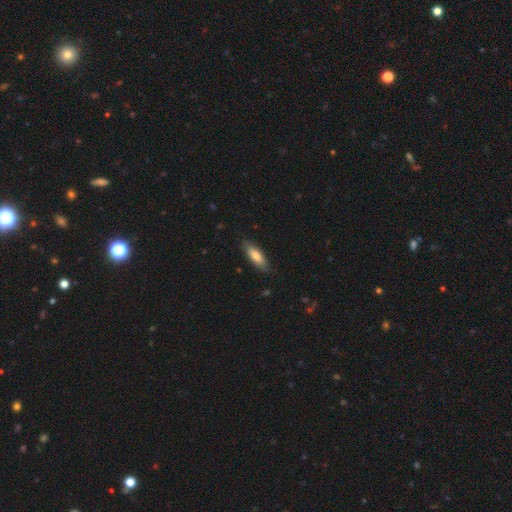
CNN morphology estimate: This appears to be a smooth galaxy with no disk features (77%) that is in between round and cigar-shaped (54%). Merging: none (83%).